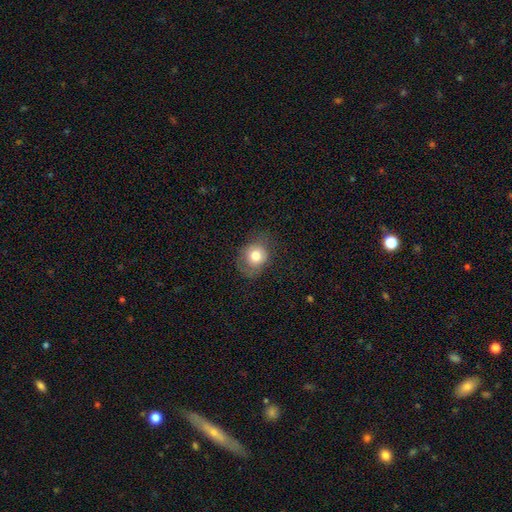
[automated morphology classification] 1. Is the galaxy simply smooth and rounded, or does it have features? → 76% smooth, 15% featured or disk, 9% star or artifact.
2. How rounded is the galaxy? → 61% round, 38% in between, 1% cigar-shaped.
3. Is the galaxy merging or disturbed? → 60% none, 26% minor disturbance, 13% major disturbance, 1% merger.